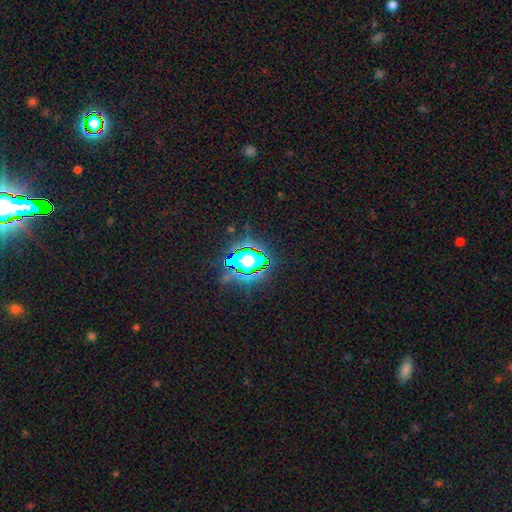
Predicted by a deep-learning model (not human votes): smooth_or_featured: star or artifact (p=0.80) [alt: smooth p=0.12]